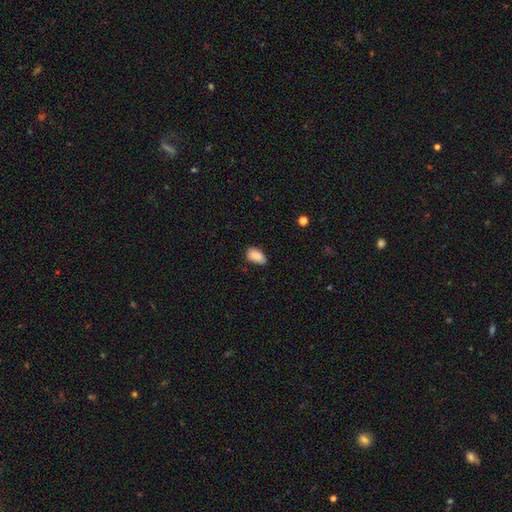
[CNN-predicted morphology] A smooth galaxy with no disk features (86%) that is in between round and cigar-shaped (92%). Merging: none (64%).